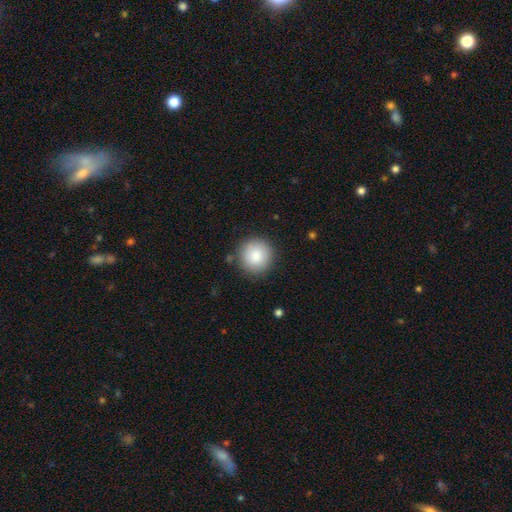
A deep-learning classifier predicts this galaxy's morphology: The model was most divided on "smooth or featured": smooth: 85%, star or artifact: 8%, featured or disk: 7%. More confident: how rounded — round (93%); merging — none (87%).